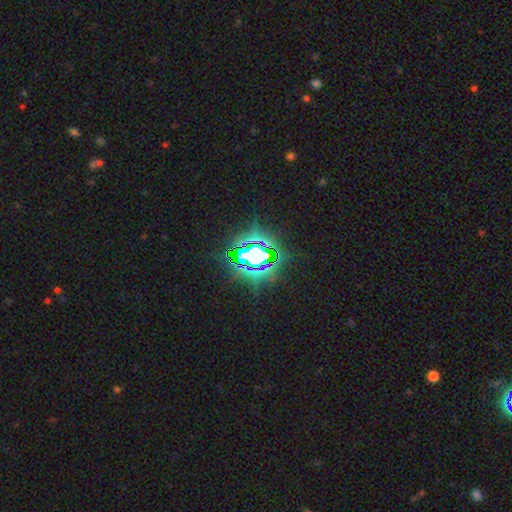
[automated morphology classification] A star or artifact, not a galaxy (81%).

Vote fractions:
- Smooth or featured? star or artifact: 81% / smooth: 10% / featured or disk: 9%